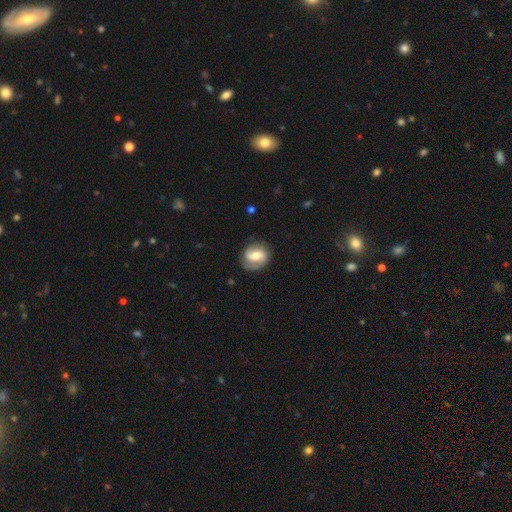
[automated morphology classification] This is likely a featured or disk galaxy (70%). It is clearly not viewed edge-on (97%). Bar: possibly weak (45%). Spiral arm pattern: clearly yes (90%). Spiral arm count: likely 2 (75%). Spiral winding: marginally medium (43%). Central bulge: likely moderate (62%). Merging: likely none (76%).